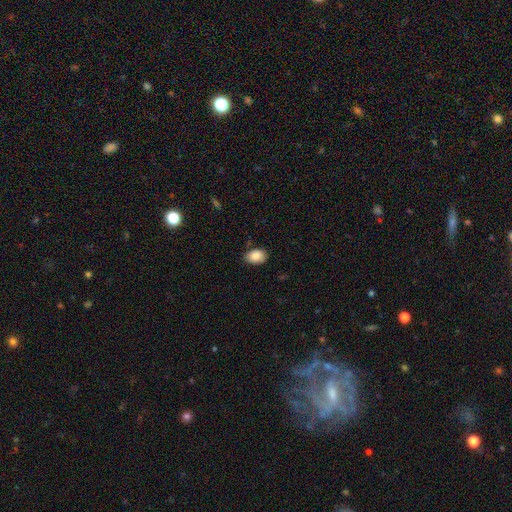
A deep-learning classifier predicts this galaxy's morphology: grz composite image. It shows a smooth galaxy with no disk features (88%) that is in between round and cigar-shaped (85%). Merging: none (78%).